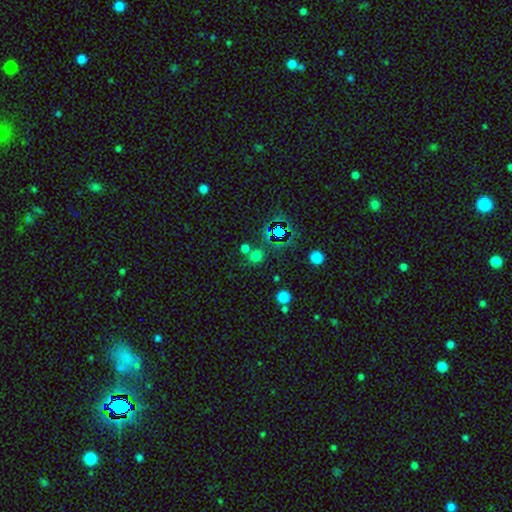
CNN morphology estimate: smooth_or_featured: smooth (p=0.59) [alt: star or artifact p=0.34]
how_rounded: round (p=0.86) [alt: in between p=0.12]
merging: none (p=0.68) [alt: merger p=0.19]